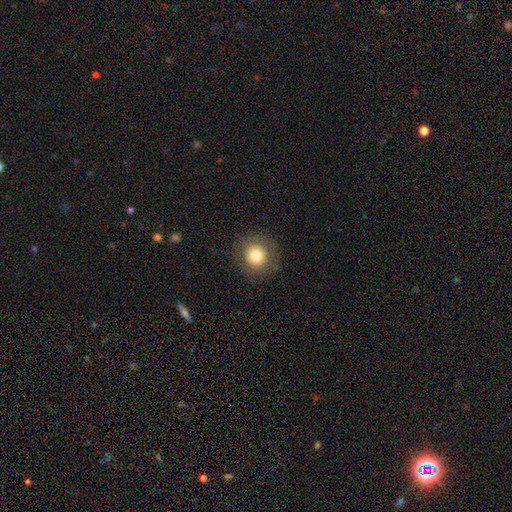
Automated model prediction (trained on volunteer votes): smooth-or-featured: smooth: 75% | featured or disk: 15% | star or artifact: 10%
  how-rounded: round: 92% | in between: 7% | cigar-shaped: 1%
  merging: none: 86% | minor disturbance: 8% | major disturbance: 4% | merger: 1%